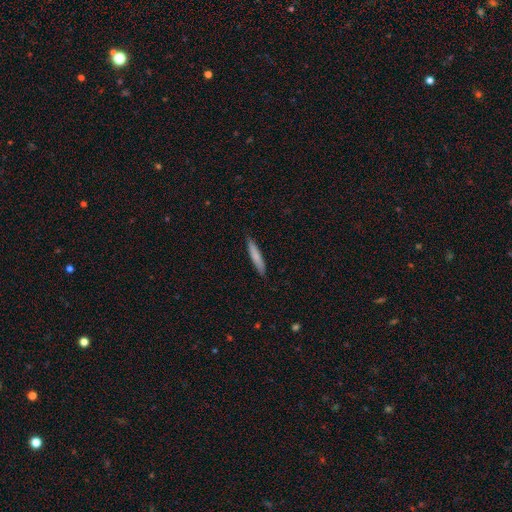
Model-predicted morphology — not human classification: Smooth or featured? Predicted: smooth (p=0.77). How rounded? Predicted: cigar-shaped (p=0.91). Merging? Predicted: none (p=0.88).